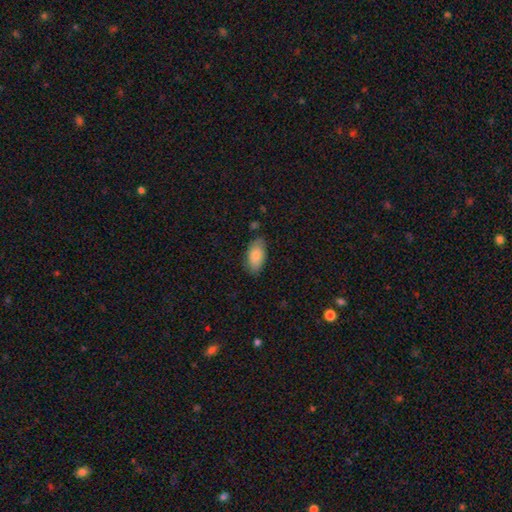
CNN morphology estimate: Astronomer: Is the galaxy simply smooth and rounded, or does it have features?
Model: smooth — 84%.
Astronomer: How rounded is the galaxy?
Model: in between — 93%.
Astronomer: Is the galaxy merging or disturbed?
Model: none — 76%.